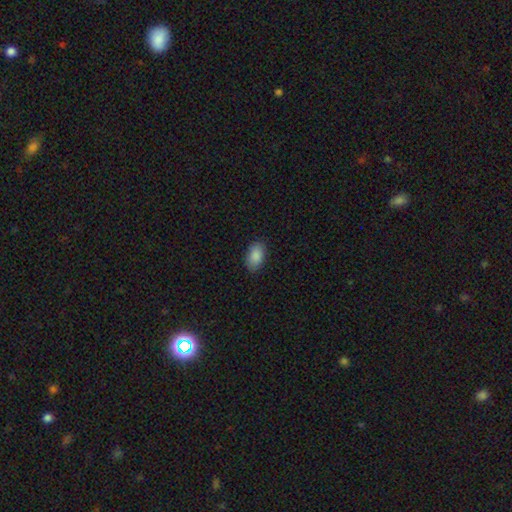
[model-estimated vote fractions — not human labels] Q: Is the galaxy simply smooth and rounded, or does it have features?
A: smooth — 89%.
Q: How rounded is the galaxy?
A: in between — 92%.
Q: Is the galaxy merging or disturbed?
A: none — 85%.